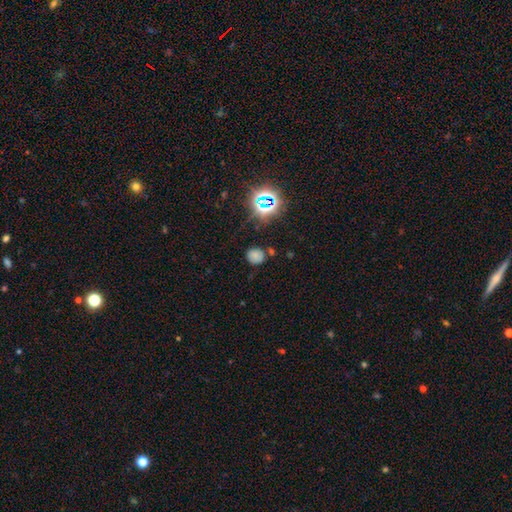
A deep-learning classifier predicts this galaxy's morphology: type=smooth (65%); roundness=round (81%); merging=none (74%).